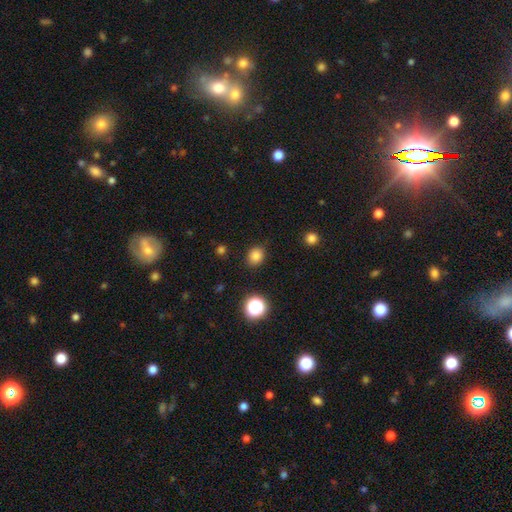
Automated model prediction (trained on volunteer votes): Morphology: type=smooth (82%); roundness=round (67%); merging=none (85%).